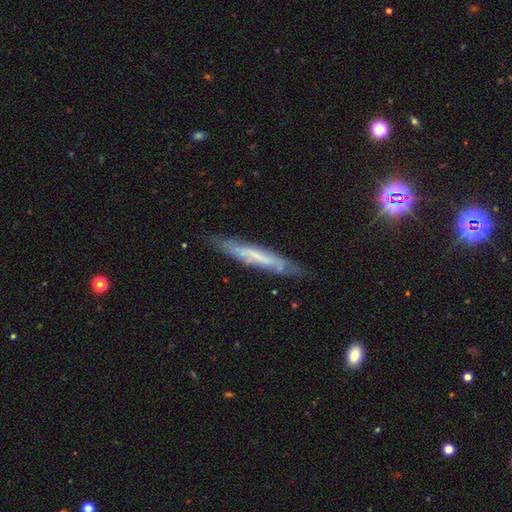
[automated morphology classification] A featured or disk galaxy (57%) viewed edge-on (73%). Merging: none (78%).